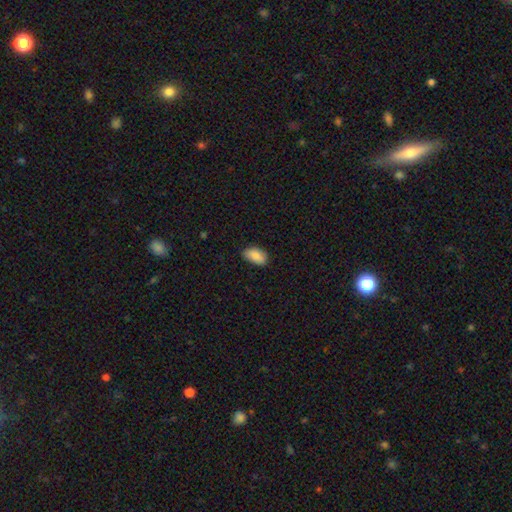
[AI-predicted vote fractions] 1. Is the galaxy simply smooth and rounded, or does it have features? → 86% smooth, 7% star or artifact, 7% featured or disk.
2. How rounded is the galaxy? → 93% in between, 5% round, 2% cigar-shaped.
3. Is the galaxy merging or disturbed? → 79% none, 17% minor disturbance, 3% major disturbance, 1% merger.